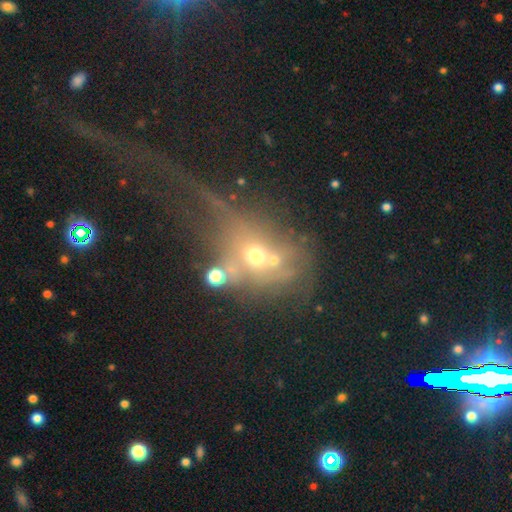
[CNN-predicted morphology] type=smooth (38%); merging=major disturbance (38%).